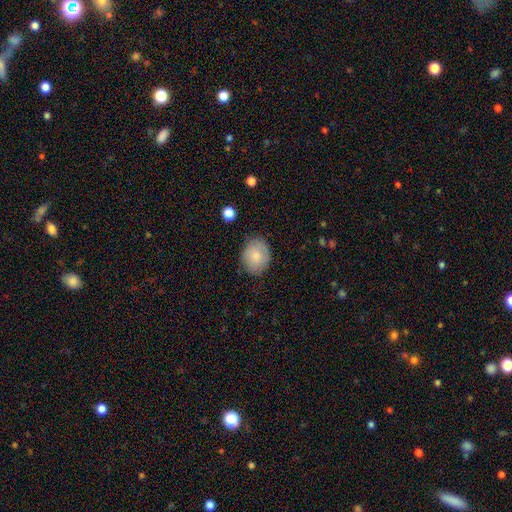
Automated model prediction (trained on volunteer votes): Smooth or featured? Predicted: smooth (p=0.77). How rounded? Predicted: round (p=0.53). Merging? Predicted: none (p=0.79).